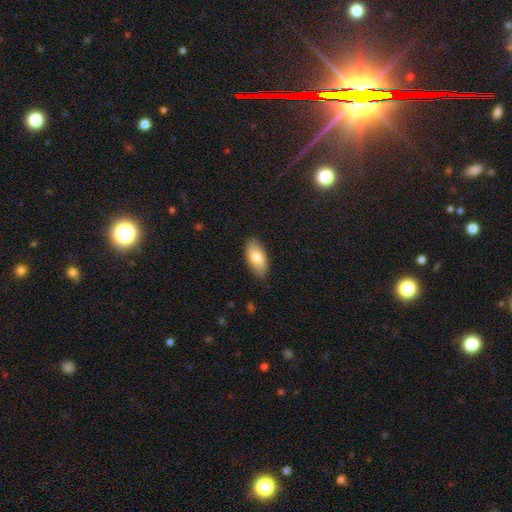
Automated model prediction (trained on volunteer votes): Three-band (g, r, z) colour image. It shows a smooth galaxy with no disk features (80%) that is in between round and cigar-shaped (92%). Merging: none (87%).